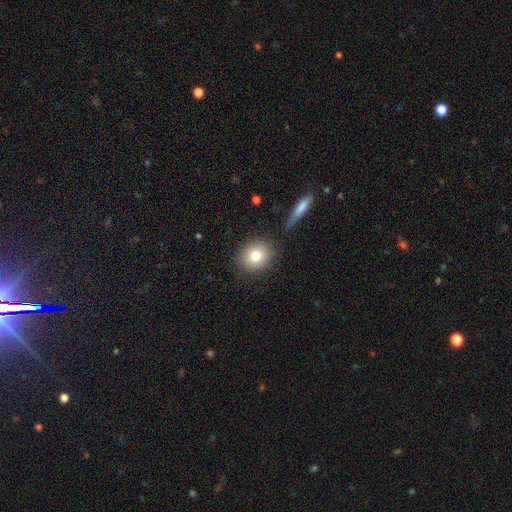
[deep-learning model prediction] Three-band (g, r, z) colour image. It shows a smooth galaxy with no disk features (79%) that is round (70%). Merging: none (84%).